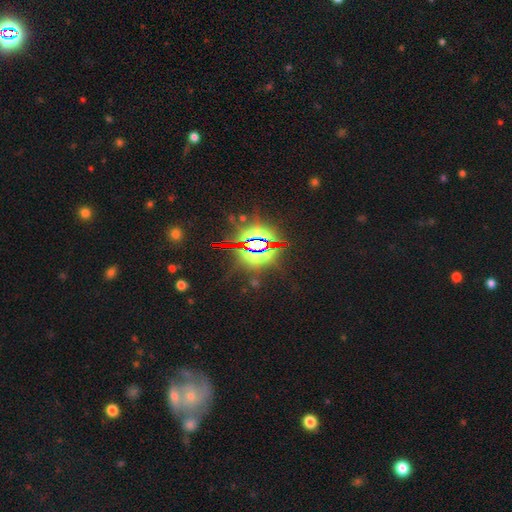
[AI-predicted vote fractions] This appears to be a star or artifact, not a galaxy (80%).